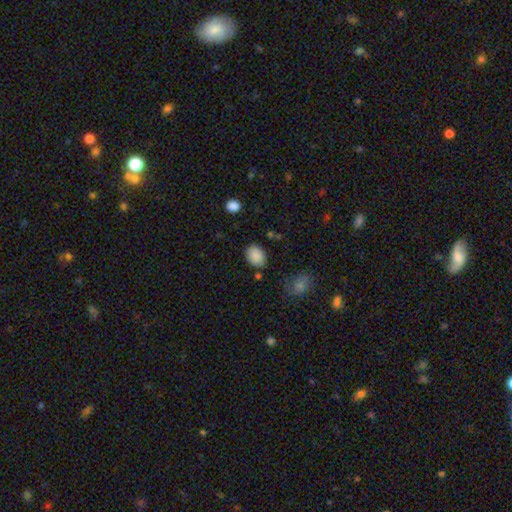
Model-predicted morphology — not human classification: A smooth galaxy with no disk features (88%) that is in between round and cigar-shaped (66%). Merging: none (81%).